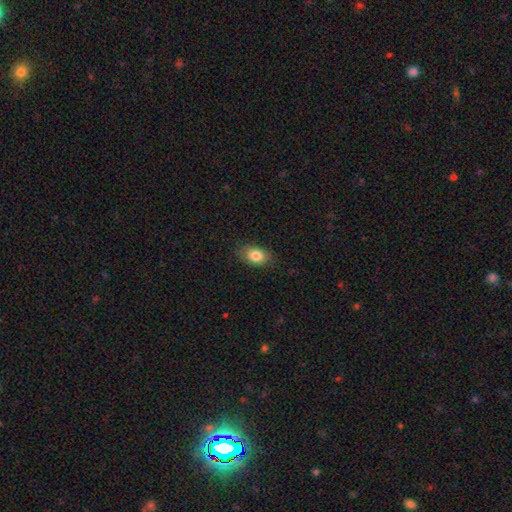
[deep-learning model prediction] This appears to be a smooth galaxy with no disk features (83%) that is in between round and cigar-shaped (83%). Merging: none (84%).